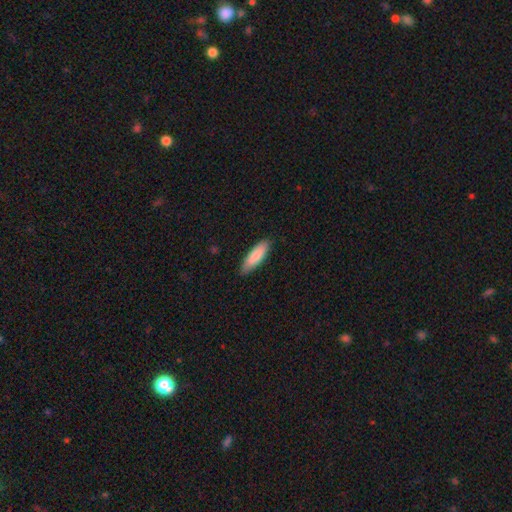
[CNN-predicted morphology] Smooth or featured: smooth — 84% (featured or disk — 11%)
How rounded: cigar-shaped — 51% (in between — 48%)
Merging: none — 86% (minor disturbance — 11%)